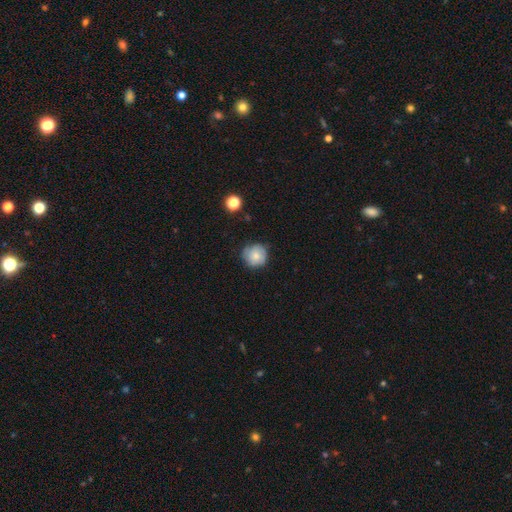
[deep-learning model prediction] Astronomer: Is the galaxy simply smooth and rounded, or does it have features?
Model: smooth — 74%.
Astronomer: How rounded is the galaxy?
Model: round — 91%.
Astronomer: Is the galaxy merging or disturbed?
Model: none — 75%.